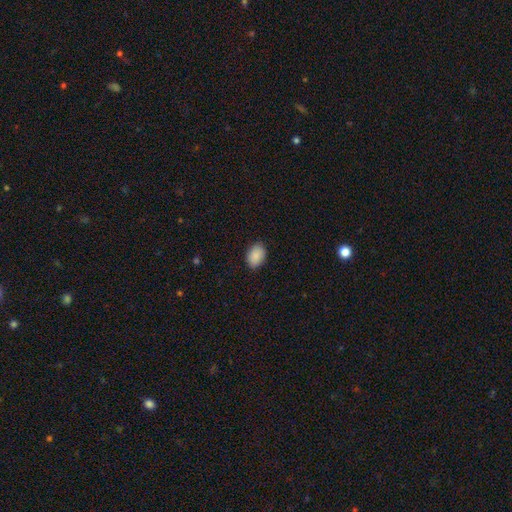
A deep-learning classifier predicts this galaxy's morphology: smooth 90%, star or artifact 7%, featured or disk 3%. Down the decision tree: how rounded — in between (84%); merging — none (87%).